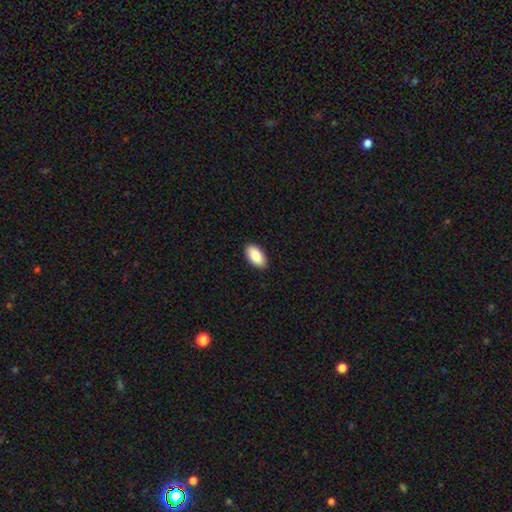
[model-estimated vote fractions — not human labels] smooth-or-featured: smooth: 88% | star or artifact: 6% | featured or disk: 6%
  how-rounded: in between: 95% | cigar-shaped: 3% | round: 2%
  merging: none: 90% | minor disturbance: 7% | major disturbance: 2% | merger: 1%